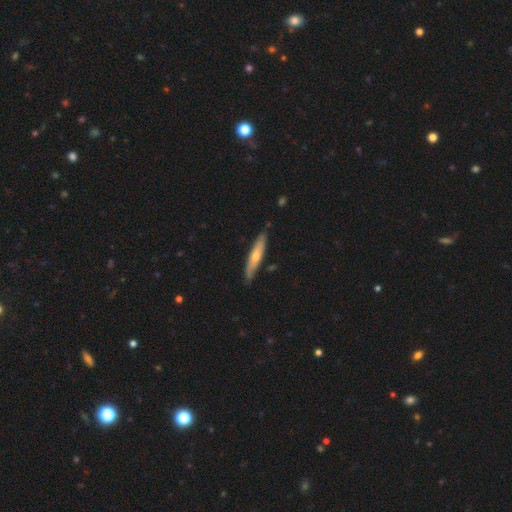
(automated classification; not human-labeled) Smooth or featured? smooth (56%)
How rounded? cigar-shaped (88%)
Merging? none (81%)